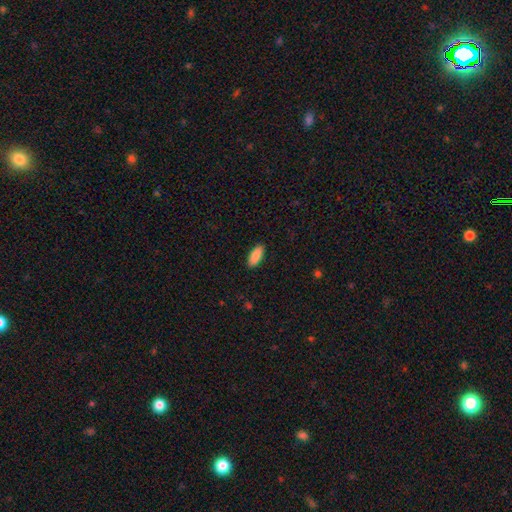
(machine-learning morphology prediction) type=smooth (90%); roundness=in between (82%); merging=none (89%).